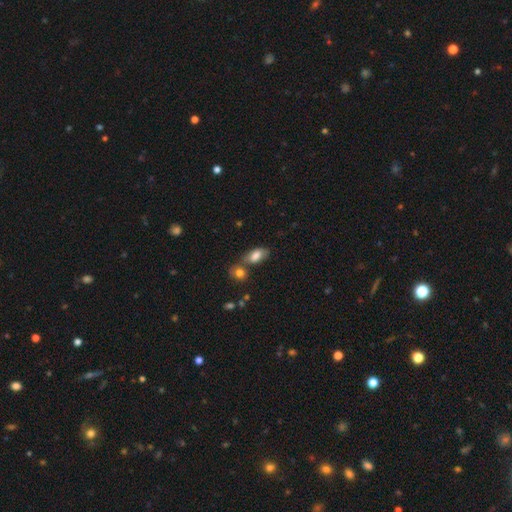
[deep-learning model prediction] smooth 80%, featured or disk 11%, star or artifact 8%. Down the decision tree: how rounded — in between (89%); merging — none (53%).